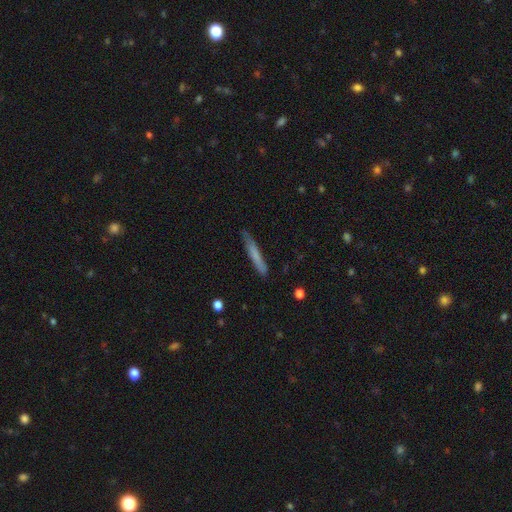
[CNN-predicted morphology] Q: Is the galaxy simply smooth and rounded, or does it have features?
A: smooth — 68%.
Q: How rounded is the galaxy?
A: cigar-shaped — 95%.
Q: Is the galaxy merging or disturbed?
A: none — 82%.